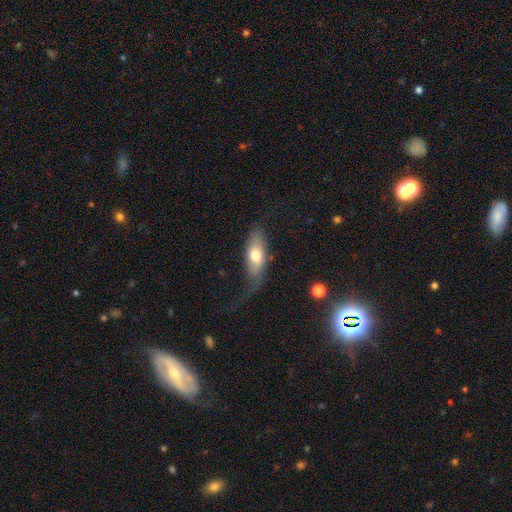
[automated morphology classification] Smooth or featured? smooth (67%)
How rounded? in between (76%)
Merging? none (39%)